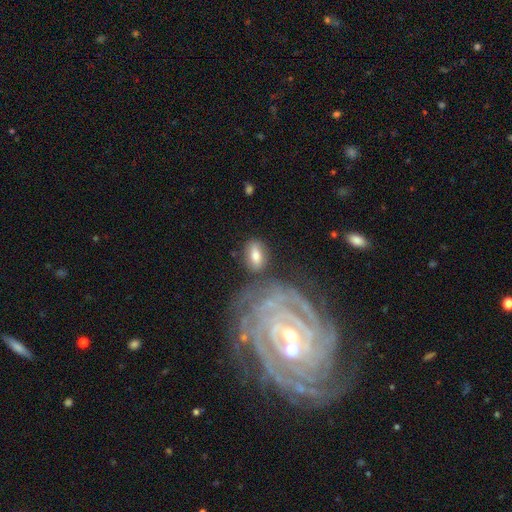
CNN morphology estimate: Smooth or featured?
  - smooth: 65% *
  - featured or disk: 29%
  - star or artifact: 6%
How rounded?
  - in between: 85% *
  - round: 10%
  - cigar-shaped: 6%
Merging?
  - none: 71% *
  - minor disturbance: 14%
  - merger: 8%
  - major disturbance: 6%